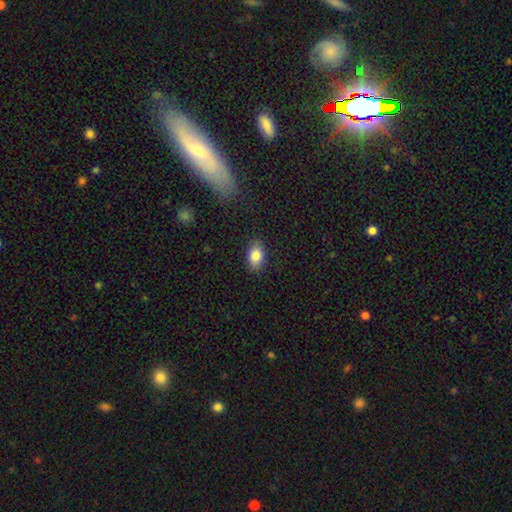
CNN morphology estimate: Smooth or featured? smooth (84%)
How rounded? in between (87%)
Merging? none (86%)